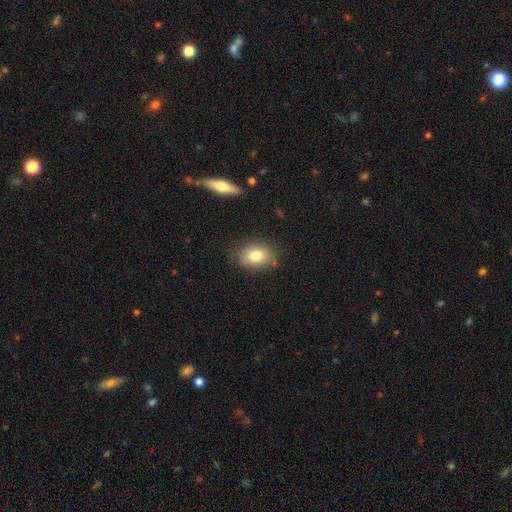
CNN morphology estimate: smooth_or_featured: smooth (p=0.80) [alt: featured or disk p=0.11]
how_rounded: in between (p=0.76) [alt: round p=0.23]
merging: none (p=0.79) [alt: minor disturbance p=0.15]